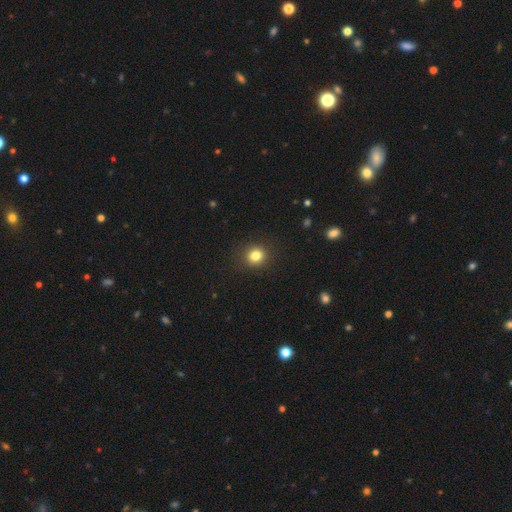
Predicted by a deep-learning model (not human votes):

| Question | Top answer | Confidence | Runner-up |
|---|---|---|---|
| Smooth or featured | smooth | 82% | star or artifact (12%) |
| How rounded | round | 81% | in between (18%) |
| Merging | none | 89% | minor disturbance (7%) |